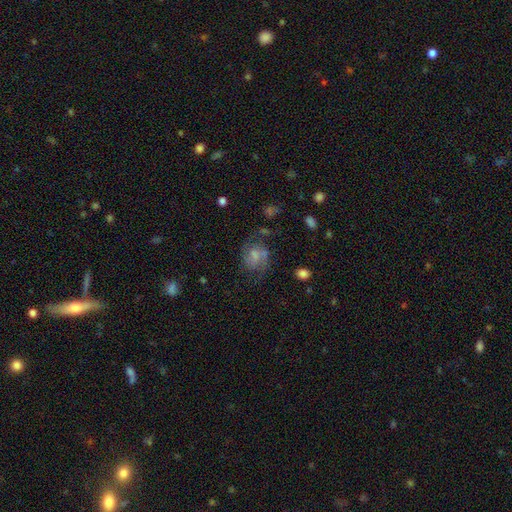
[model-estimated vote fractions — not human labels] Smooth or featured? featured or disk (51%)
Edge-on disk? no (97%)
Merging? none (50%)